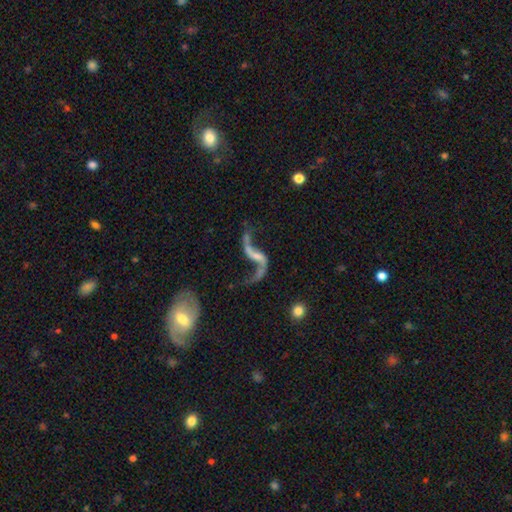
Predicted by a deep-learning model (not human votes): This appears to be a featured or disk galaxy (86%) with a weak bar (37%, tied with no), 2 (90%) loose (95%) spiral arms (92%) and no central bulge (42%, tied with small). Merging: none (51%).